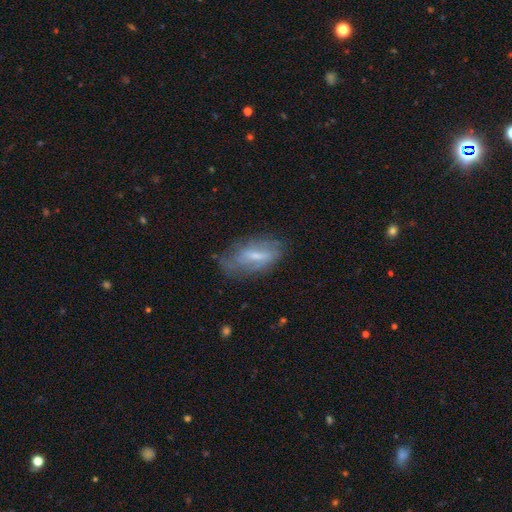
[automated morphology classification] Smooth or featured?
  - featured or disk: 52% *
  - smooth: 40%
  - star or artifact: 8%
Edge-on disk?
  - no: 81% *
  - yes: 19%
Merging?
  - none: 60% *
  - minor disturbance: 27%
  - major disturbance: 11%
  - merger: 2%